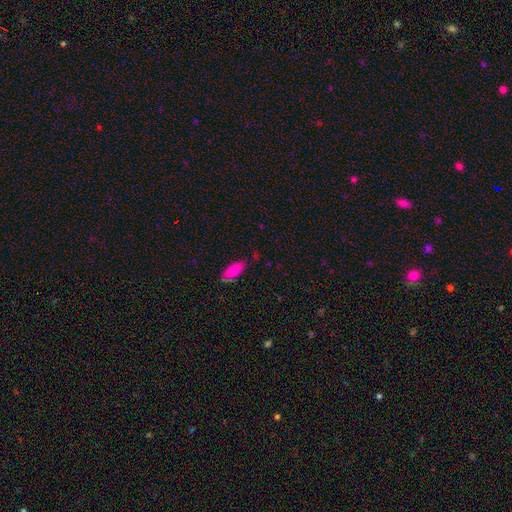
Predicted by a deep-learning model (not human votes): Smooth or featured: smooth — 76% (star or artifact — 12%)
How rounded: in between — 79% (cigar-shaped — 15%)
Merging: none — 76% (minor disturbance — 17%)